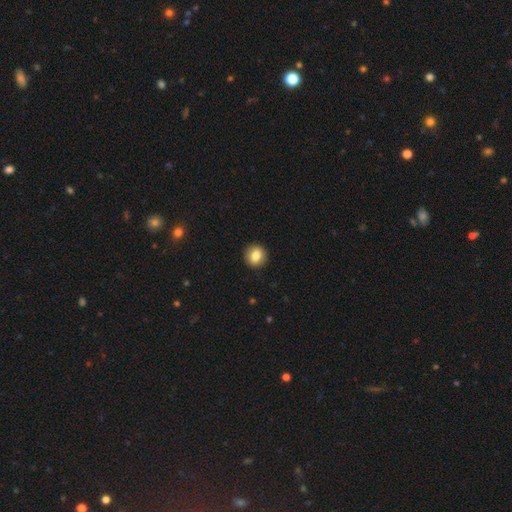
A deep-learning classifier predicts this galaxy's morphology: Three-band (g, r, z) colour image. It shows a smooth galaxy with no disk features (80%) that is round (86%). Merging: none (91%).